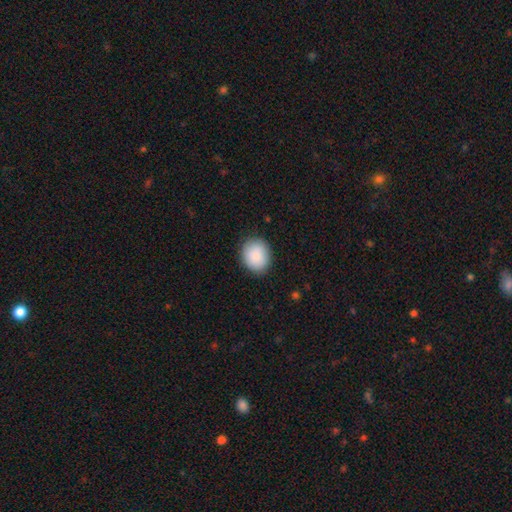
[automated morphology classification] Smooth or featured: smooth — 88% (star or artifact — 7%)
How rounded: round — 59% (in between — 40%)
Merging: none — 87% (minor disturbance — 9%)